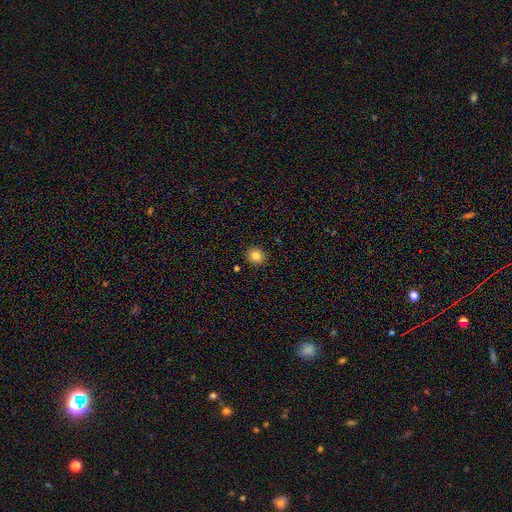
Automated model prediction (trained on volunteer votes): A smooth galaxy with no disk features (82%) that is round (79%). Merging: none (90%).